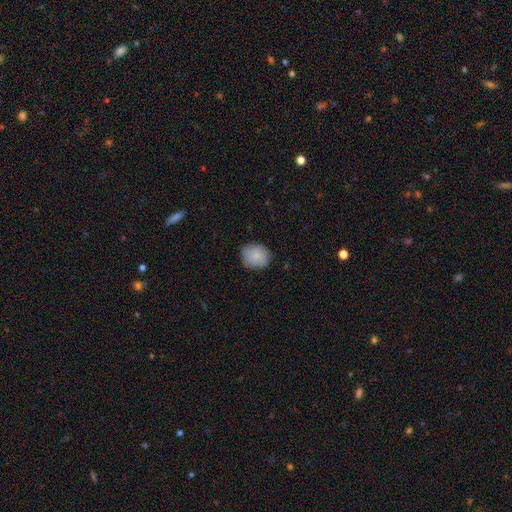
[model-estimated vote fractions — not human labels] Overall: smooth (83%). How rounded: round (65%; in between 34%). Merging: none (77%).